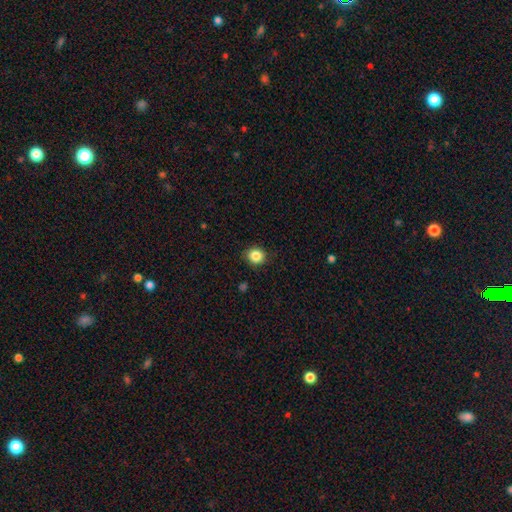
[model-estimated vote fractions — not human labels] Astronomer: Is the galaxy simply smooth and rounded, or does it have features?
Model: smooth — 85%.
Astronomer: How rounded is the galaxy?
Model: round — 85%.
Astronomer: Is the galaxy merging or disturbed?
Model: none — 89%.